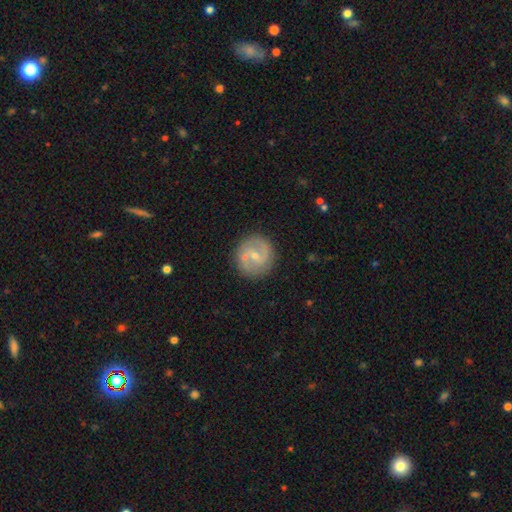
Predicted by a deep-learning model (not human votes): This is likely a featured or disk galaxy (64%). It is clearly not viewed edge-on (97%). Bar: possibly weak (49%). Spiral arm pattern: clearly yes (81%). Spiral arm count: clearly 2 (81%). Spiral winding: possibly medium (46%). Central bulge: likely small (61%). Merging: likely none (75%).